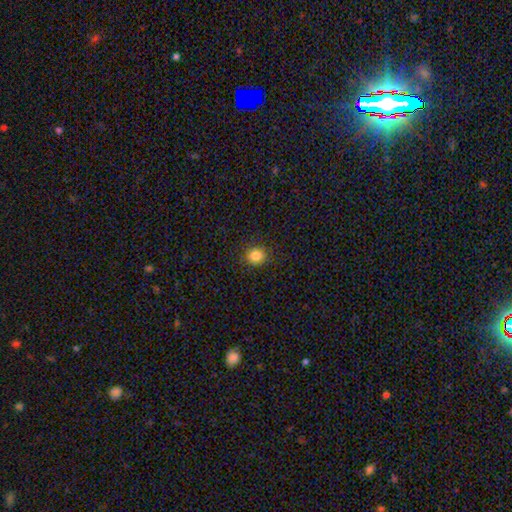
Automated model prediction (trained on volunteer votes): Smooth or featured: smooth — 84% (star or artifact — 11%)
How rounded: round — 78% (in between — 21%)
Merging: none — 89% (minor disturbance — 7%)